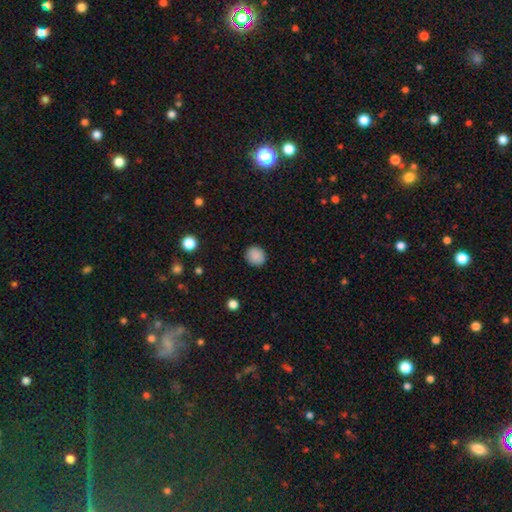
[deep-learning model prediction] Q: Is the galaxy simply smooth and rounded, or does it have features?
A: smooth — 88%.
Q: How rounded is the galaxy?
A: round — 83%.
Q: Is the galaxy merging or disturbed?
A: none — 89%.